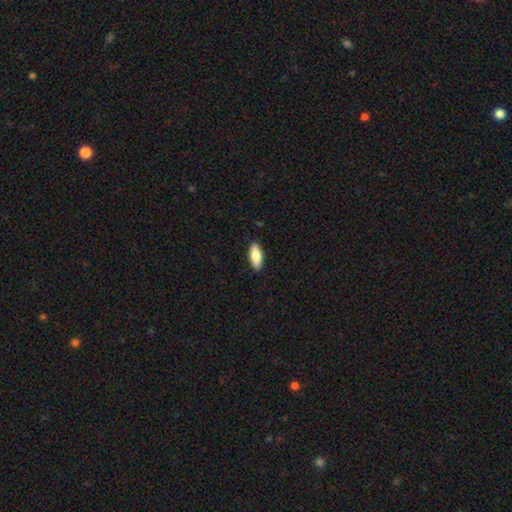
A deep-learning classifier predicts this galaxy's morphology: Smooth or featured: smooth — 85% (featured or disk — 9%)
How rounded: in between — 83% (cigar-shaped — 15%)
Merging: none — 89% (minor disturbance — 8%)